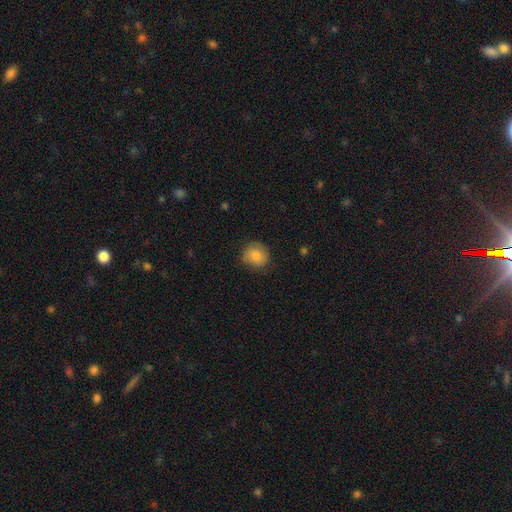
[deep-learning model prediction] Smooth or featured? smooth (82%)
How rounded? round (84%)
Merging? none (78%)